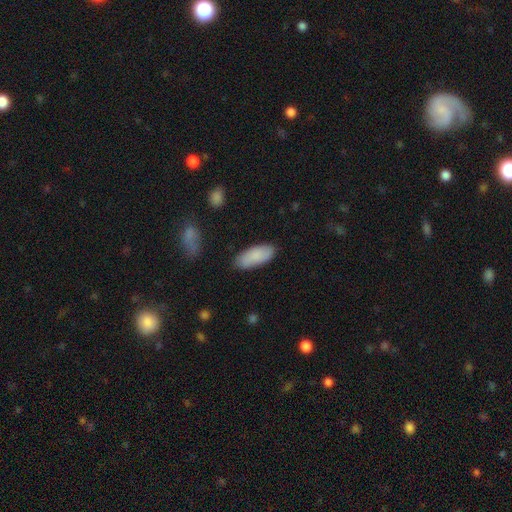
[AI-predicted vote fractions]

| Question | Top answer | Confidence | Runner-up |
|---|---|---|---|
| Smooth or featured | smooth | 87% | featured or disk (7%) |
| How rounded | in between | 83% | cigar-shaped (15%) |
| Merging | none | 84% | minor disturbance (12%) |